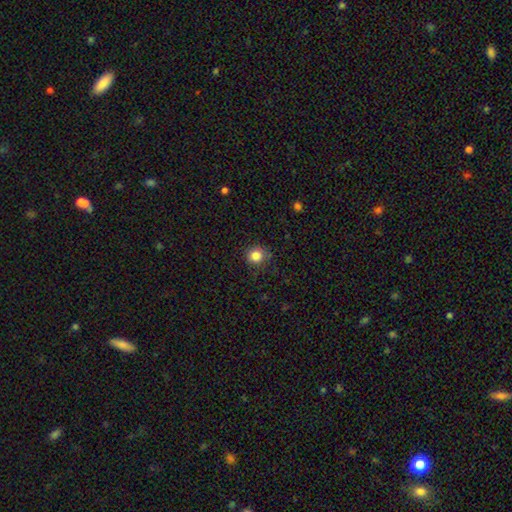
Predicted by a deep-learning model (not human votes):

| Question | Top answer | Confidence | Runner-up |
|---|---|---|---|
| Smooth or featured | smooth | 84% | star or artifact (11%) |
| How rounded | round | 86% | in between (13%) |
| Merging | none | 79% | minor disturbance (16%) |